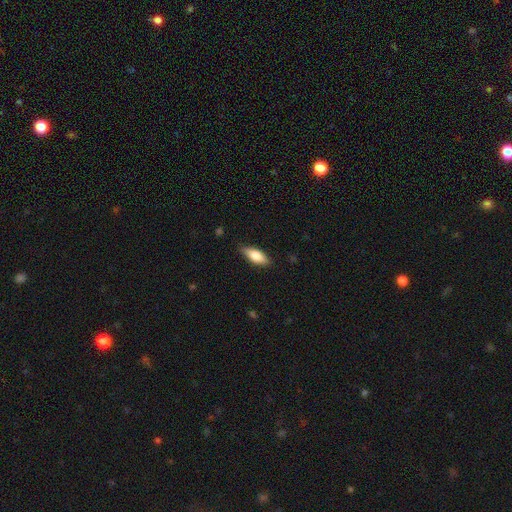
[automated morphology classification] The model was most divided on "how rounded": in between: 74%, cigar-shaped: 23%, round: 2%. More confident: merging — none (83%); smooth or featured — smooth (77%).